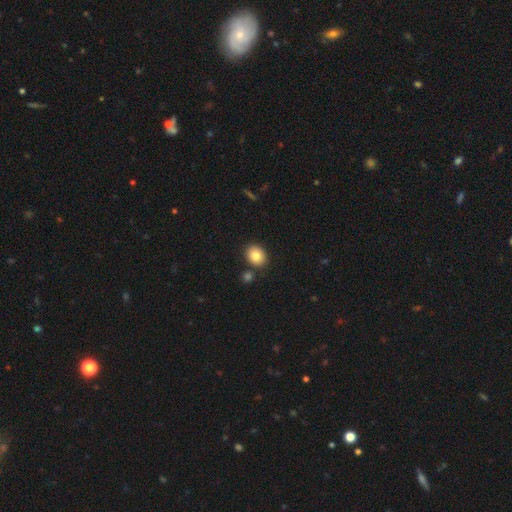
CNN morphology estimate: Smooth or featured? Predicted: smooth (p=0.83). How rounded? Predicted: in between (p=0.52). Merging? Predicted: none (p=0.83).